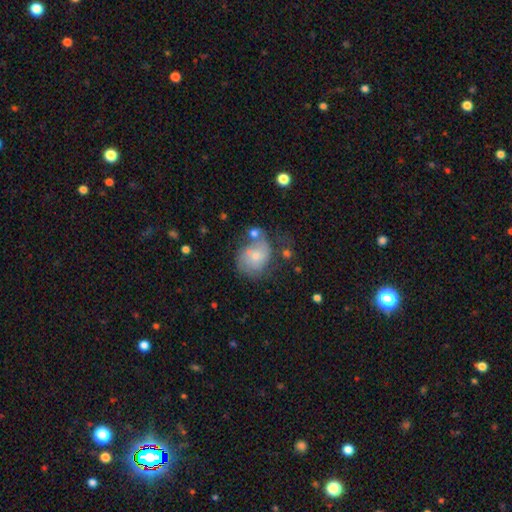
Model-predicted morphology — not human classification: This appears to be a smooth galaxy with no disk features (60%) that is round (55%). Merging: none (36%).